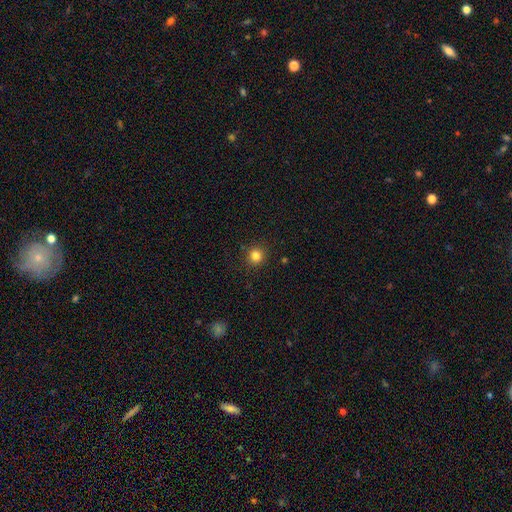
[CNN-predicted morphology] Smooth or featured? Predicted: smooth (p=0.82). How rounded? Predicted: round (p=0.91). Merging? Predicted: none (p=0.90).